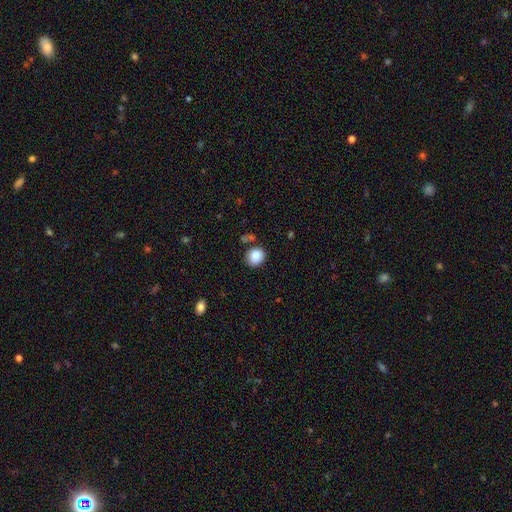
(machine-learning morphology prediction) A smooth galaxy with no disk features (84%) that is round (78%).

Vote fractions:
- Smooth or featured? smooth: 84% / star or artifact: 9% / featured or disk: 7%
- How rounded? round: 78% / in between: 22% / cigar-shaped: 1%
- Merging? none: 81% / minor disturbance: 10% / merger: 6% / major disturbance: 3%